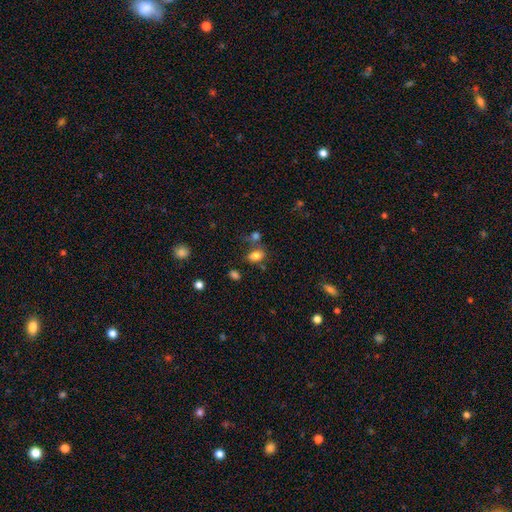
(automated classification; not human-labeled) A smooth galaxy with no disk features (81%) that is in between round and cigar-shaped (84%). Merging: none (59%).